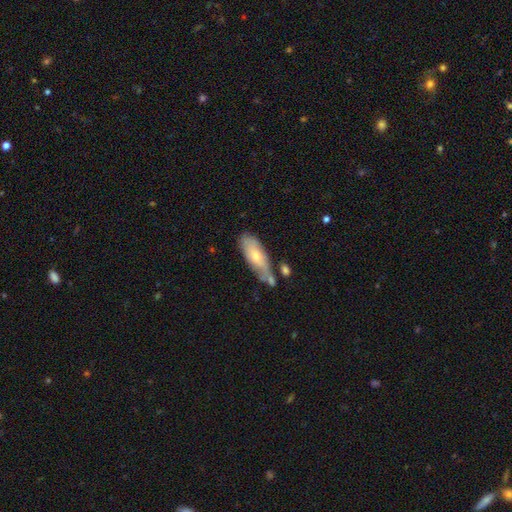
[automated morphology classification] A smooth galaxy with no disk features (60%) that is in between round and cigar-shaped (73%). Merging: none (51%).